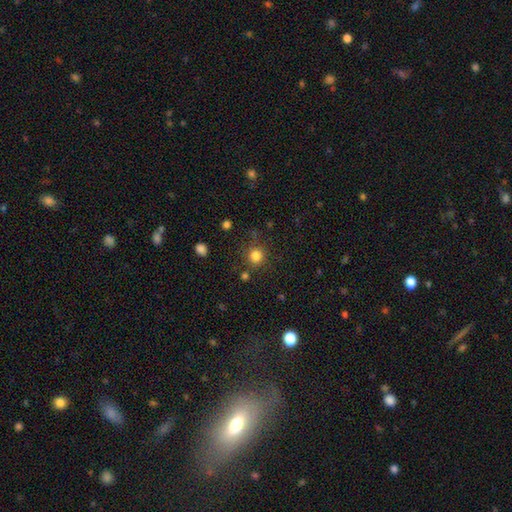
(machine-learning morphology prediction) smooth-or-featured: smooth: 82% | star or artifact: 13% | featured or disk: 5%
  how-rounded: round: 90% | in between: 9% | cigar-shaped: 1%
  merging: none: 79% | minor disturbance: 11% | merger: 6% | major disturbance: 4%